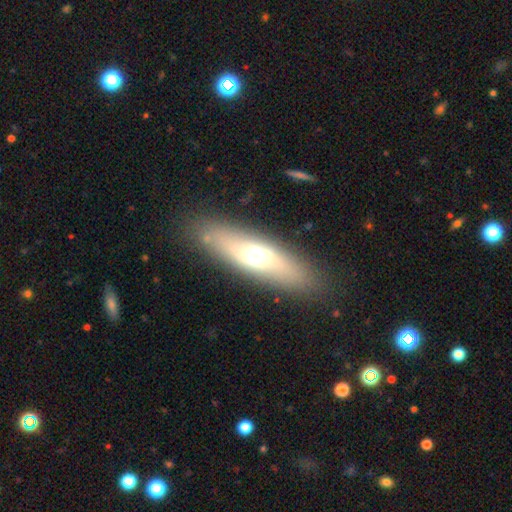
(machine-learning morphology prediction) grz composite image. It shows a smooth galaxy with no disk features (51%) that is cigar-shaped (53%). Merging: none (85%).